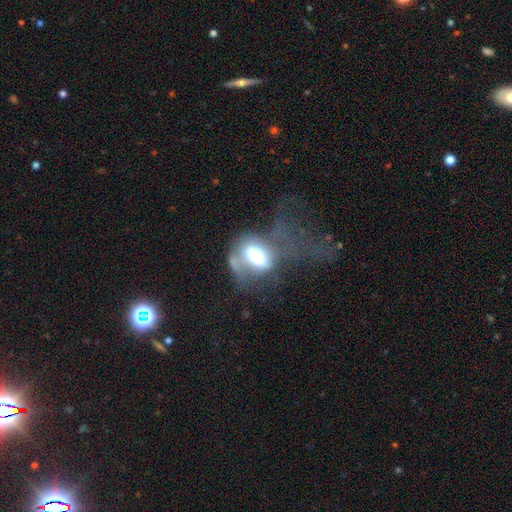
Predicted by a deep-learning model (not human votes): smooth_or_featured: smooth (p=0.51) [alt: featured or disk p=0.39]
how_rounded: in between (p=0.76) [alt: round p=0.20]
merging: major disturbance (p=0.55) [alt: none p=0.16]